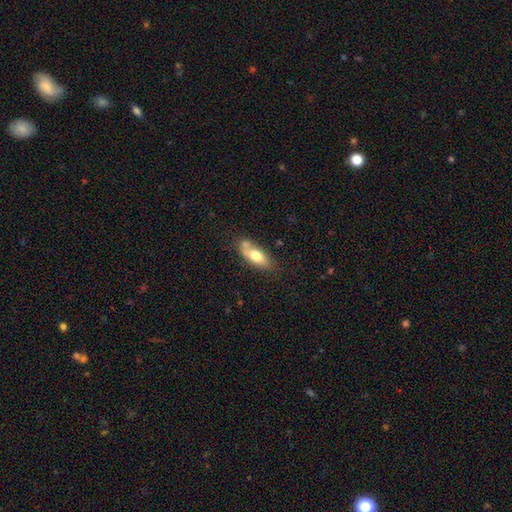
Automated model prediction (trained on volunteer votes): Smooth or featured? smooth (69%)
How rounded? in between (80%)
Merging? none (47%)